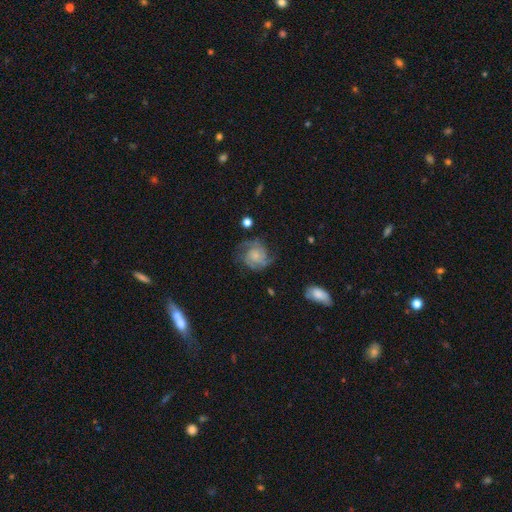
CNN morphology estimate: Q: Smooth or featured?
A: featured or disk (75%); runner-up: smooth (18%)
Q: Edge-on disk?
A: no (98%); runner-up: yes (2%)
Q: Bar?
A: no (76%); runner-up: weak (21%)
Q: Spiral arms?
A: yes (94%); runner-up: no (6%)
Q: Spiral winding?
A: tight (43%); runner-up: medium (42%)
Q: Spiral arm count?
A: 2 (37%); runner-up: 3 (26%)
Q: Bulge size?
A: small (57%); runner-up: moderate (22%)
Q: Merging?
A: none (64%); runner-up: minor disturbance (21%)